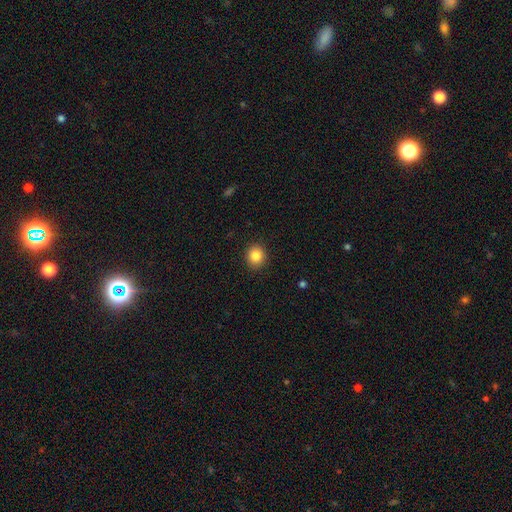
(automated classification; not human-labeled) A smooth galaxy with no disk features (85%) that is round (86%). Merging: none (91%).